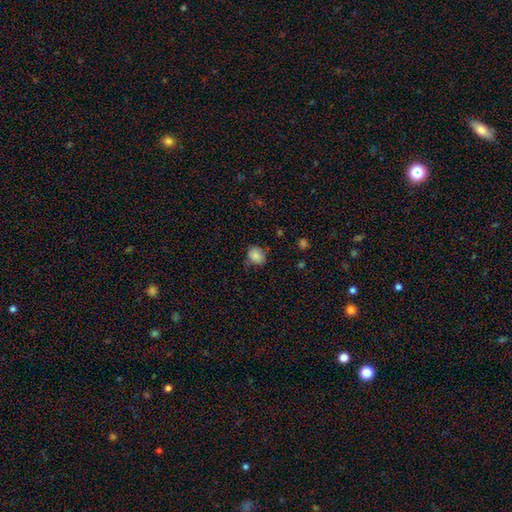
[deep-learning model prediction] Smooth or featured: smooth — 84% (star or artifact — 10%)
How rounded: round — 63% (in between — 36%)
Merging: none — 69% (minor disturbance — 24%)